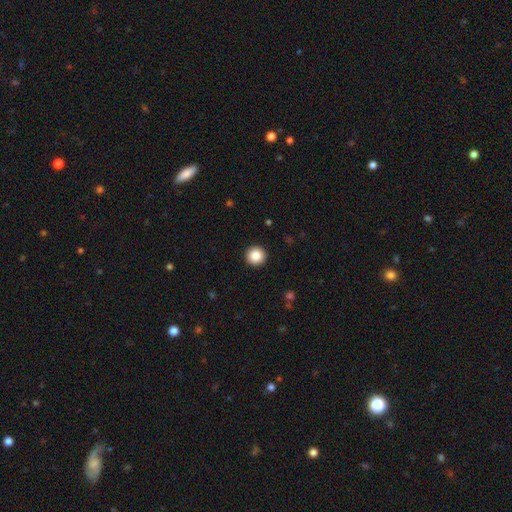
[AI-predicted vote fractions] This is clearly a smooth galaxy (87%). How rounded: clearly round (96%). Merging: clearly none (93%).